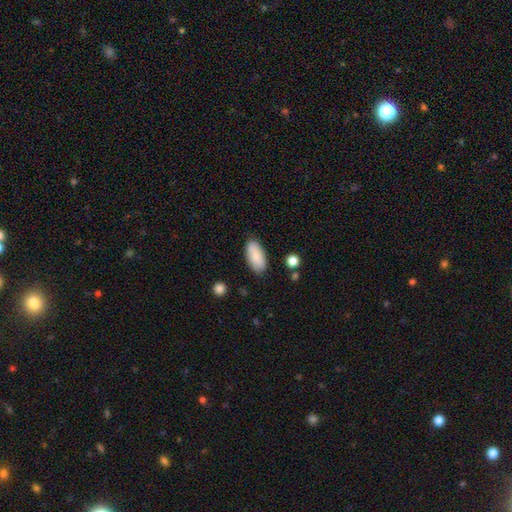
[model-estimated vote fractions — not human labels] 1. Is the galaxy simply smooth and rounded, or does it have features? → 87% smooth, 7% featured or disk, 6% star or artifact.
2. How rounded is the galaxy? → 90% in between, 8% cigar-shaped, 2% round.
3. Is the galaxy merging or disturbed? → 84% none, 12% minor disturbance, 3% major disturbance, 2% merger.